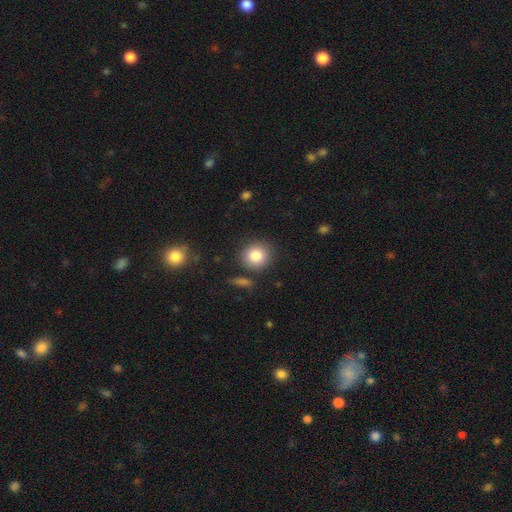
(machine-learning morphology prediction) smooth-or-featured: smooth: 84% | star or artifact: 9% | featured or disk: 7%
  how-rounded: round: 87% | in between: 12% | cigar-shaped: 1%
  merging: none: 84% | minor disturbance: 9% | merger: 4% | major disturbance: 3%